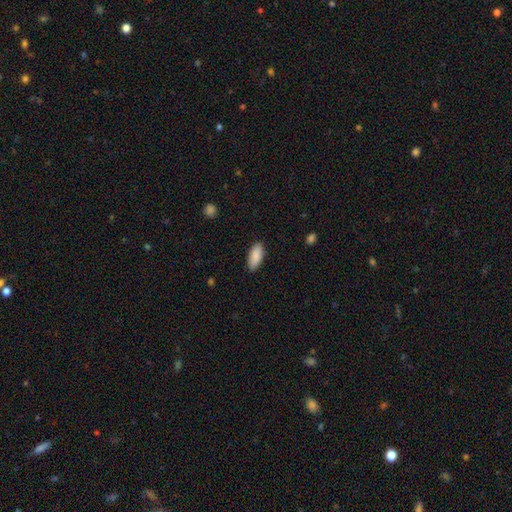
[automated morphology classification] Smooth or featured: smooth — 90% (star or artifact — 6%)
How rounded: in between — 85% (cigar-shaped — 13%)
Merging: none — 88% (minor disturbance — 9%)